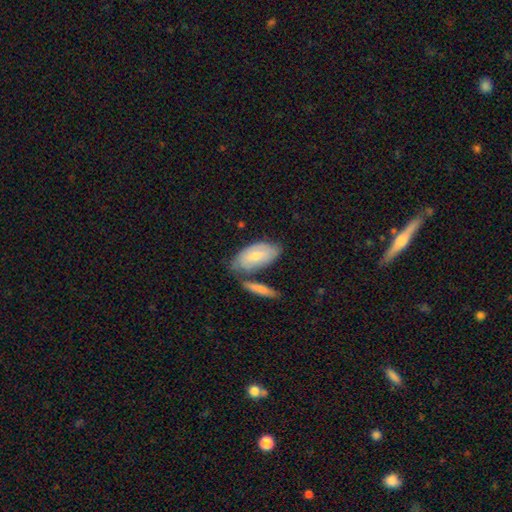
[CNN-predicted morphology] This appears to be a smooth galaxy with no disk features (66%) that is in between round and cigar-shaped (90%). Merging: none (52%).